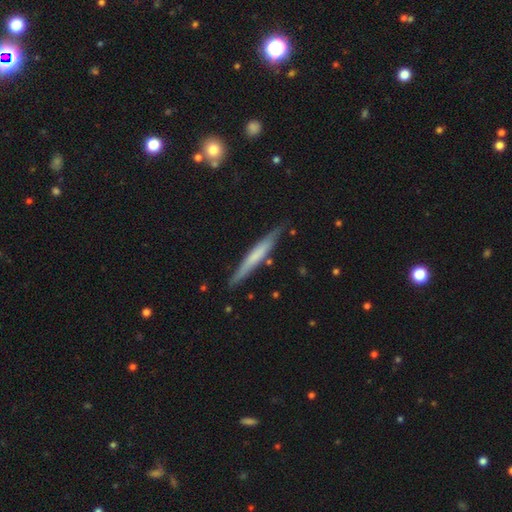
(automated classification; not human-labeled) Morphology: type=smooth (50%); merging=none (84%).